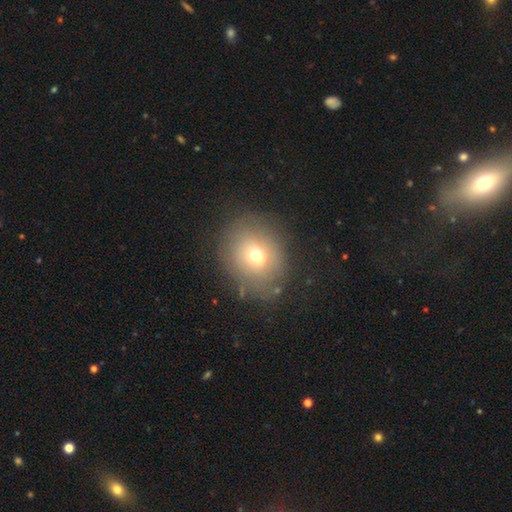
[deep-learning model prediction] A smooth galaxy with no disk features (67%) that is round (70%).

Vote fractions:
- Smooth or featured? smooth: 67% / featured or disk: 18% / star or artifact: 15%
- How rounded? round: 70% / in between: 29% / cigar-shaped: 1%
- Merging? none: 77% / minor disturbance: 15% / major disturbance: 6% / merger: 2%